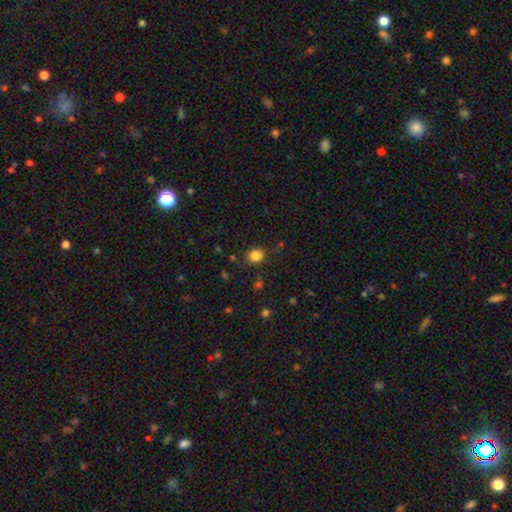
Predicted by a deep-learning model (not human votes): smooth-or-featured: smooth: 83% | star or artifact: 12% | featured or disk: 4%
  how-rounded: round: 71% | in between: 28% | cigar-shaped: 1%
  merging: none: 83% | minor disturbance: 12% | major disturbance: 3% | merger: 2%